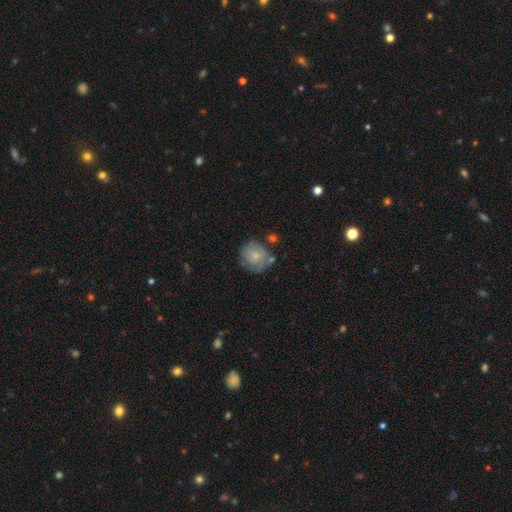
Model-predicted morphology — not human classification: type=smooth (62%); roundness=round (83%); merging=none (61%).